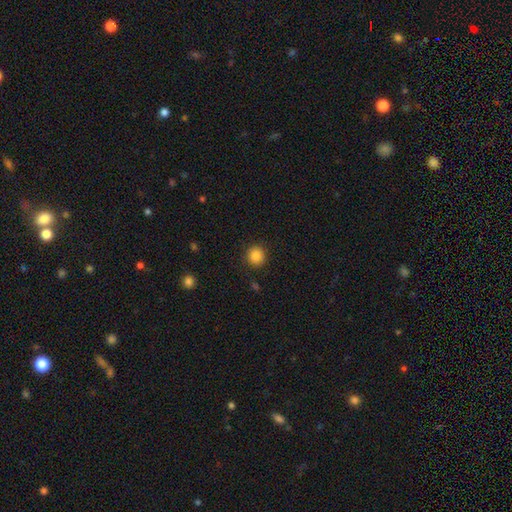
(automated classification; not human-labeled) A smooth galaxy with no disk features (86%) that is round (92%).

Vote fractions:
- Smooth or featured? smooth: 86% / star or artifact: 11% / featured or disk: 4%
- How rounded? round: 92% / in between: 7% / cigar-shaped: 1%
- Merging? none: 90% / minor disturbance: 6% / major disturbance: 2% / merger: 1%